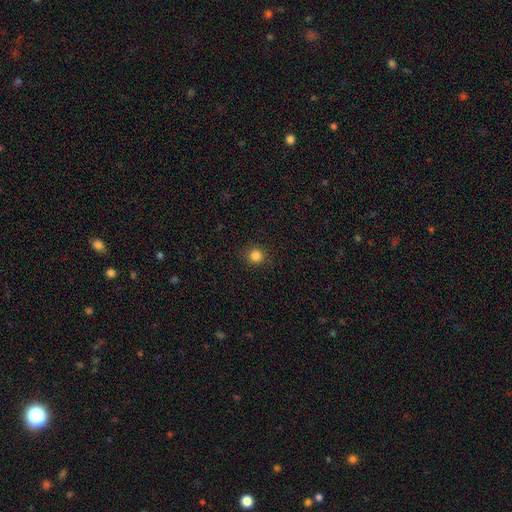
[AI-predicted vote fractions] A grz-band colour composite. It shows a smooth galaxy with no disk features (84%) that is round (93%). Merging: none (91%).